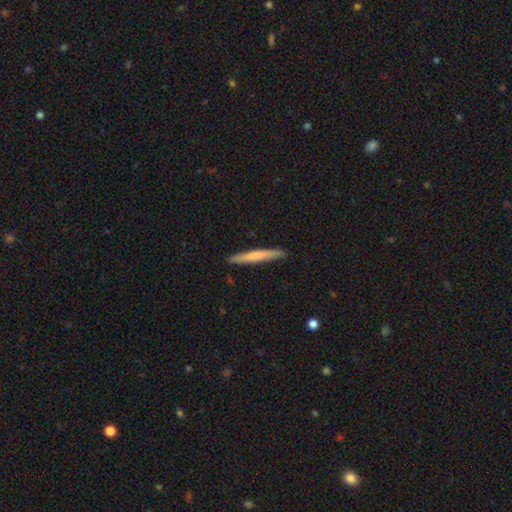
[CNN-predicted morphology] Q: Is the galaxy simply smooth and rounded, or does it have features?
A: smooth — 64%.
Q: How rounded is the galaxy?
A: cigar-shaped — 96%.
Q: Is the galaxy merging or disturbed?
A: none — 90%.